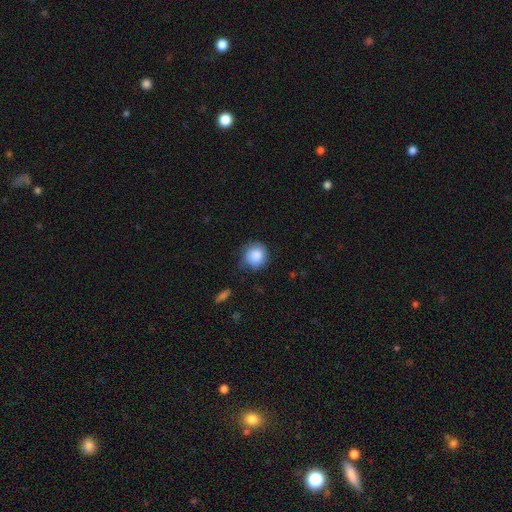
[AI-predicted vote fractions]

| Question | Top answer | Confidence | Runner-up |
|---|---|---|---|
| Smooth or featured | smooth | 86% | star or artifact (8%) |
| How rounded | round | 88% | in between (11%) |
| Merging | none | 69% | minor disturbance (23%) |